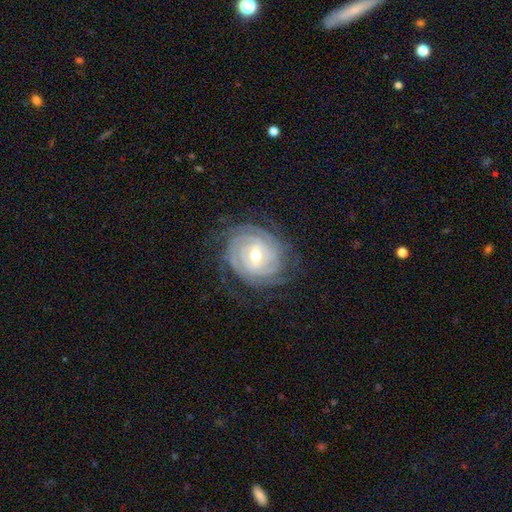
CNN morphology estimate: smooth_or_featured: featured or disk (p=0.89) [alt: smooth p=0.06]
disk_edge_on: no (p=0.97) [alt: yes p=0.03]
bar: weak (p=0.45) [alt: no p=0.30]
has_spiral_arms: yes (p=0.97) [alt: no p=0.03]
spiral_winding: tight (p=0.85) [alt: medium p=0.13]
spiral_arm_count: can't tell (p=0.29) [alt: 4 p=0.21]
bulge_size: moderate (p=0.55) [alt: small p=0.42]
merging: none (p=0.79) [alt: minor disturbance p=0.14]